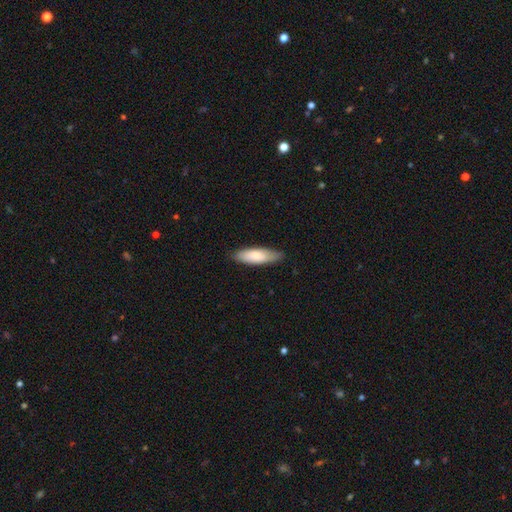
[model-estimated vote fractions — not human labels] This appears to be a smooth galaxy with no disk features (80%) that is in between round and cigar-shaped (51%). Merging: none (84%).